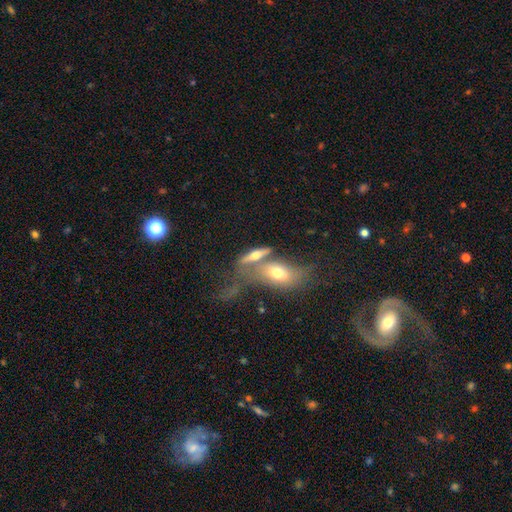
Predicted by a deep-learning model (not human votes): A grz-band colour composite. It shows a featured or disk galaxy (47%). Merging: merger (46%).